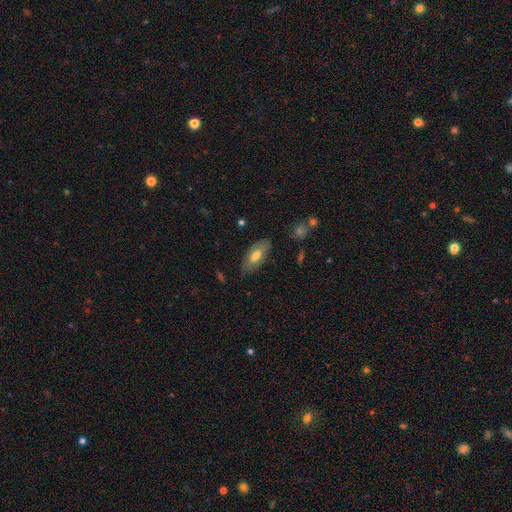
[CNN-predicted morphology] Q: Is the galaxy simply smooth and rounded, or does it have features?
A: smooth — 60%.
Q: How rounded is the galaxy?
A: in between — 89%.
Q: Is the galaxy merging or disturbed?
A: none — 78%.